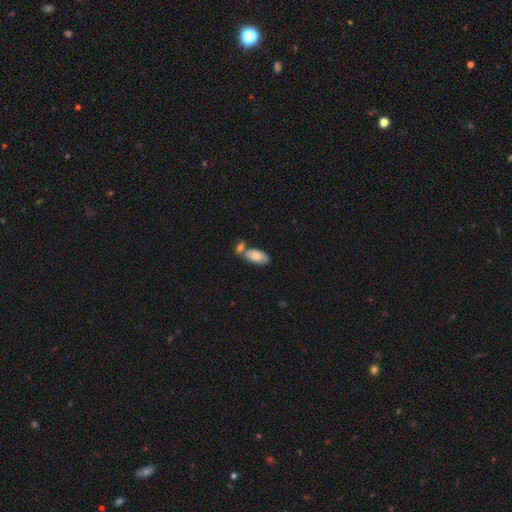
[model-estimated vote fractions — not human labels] A smooth galaxy with no disk features (75%) that is in between round and cigar-shaped (93%). Merging: none (48%).